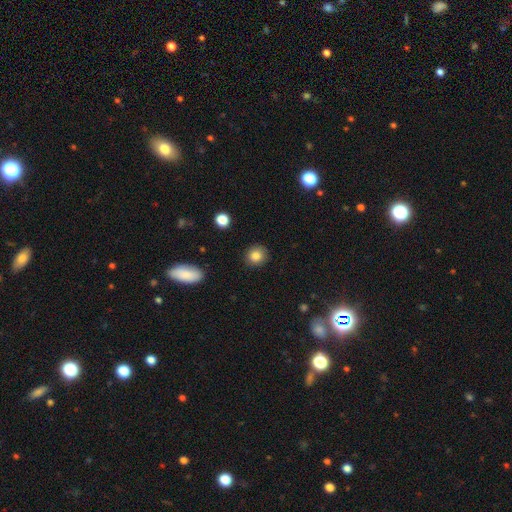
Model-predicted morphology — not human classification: Smooth or featured?
  - smooth: 84% *
  - star or artifact: 10%
  - featured or disk: 6%
How rounded?
  - round: 84% *
  - in between: 15%
  - cigar-shaped: 1%
Merging?
  - none: 89% *
  - minor disturbance: 7%
  - major disturbance: 2%
  - merger: 1%